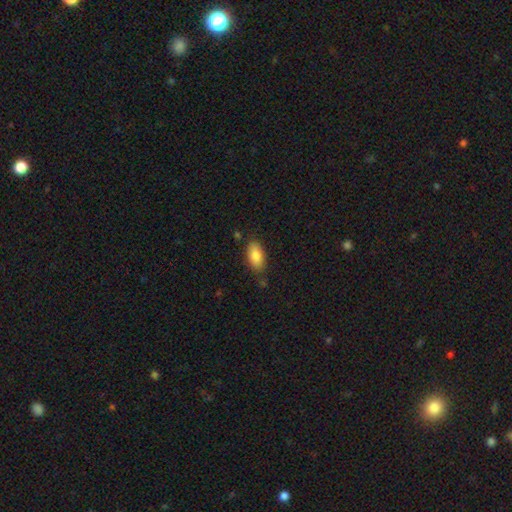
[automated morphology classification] A smooth galaxy with no disk features (84%) that is in between round and cigar-shaped (91%).

Vote fractions:
- Smooth or featured? smooth: 84% / featured or disk: 9% / star or artifact: 7%
- How rounded? in between: 91% / cigar-shaped: 6% / round: 3%
- Merging? none: 80% / minor disturbance: 14% / major disturbance: 3% / merger: 3%